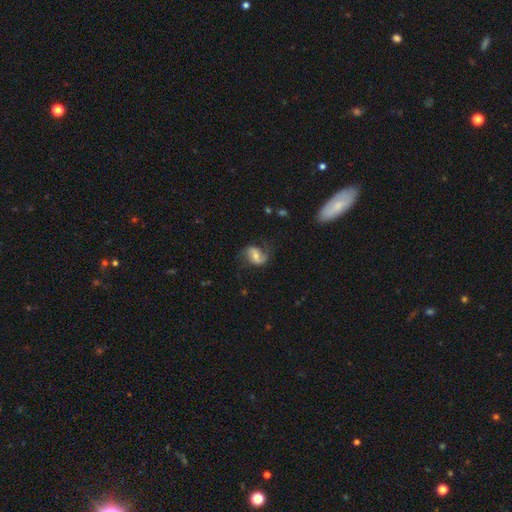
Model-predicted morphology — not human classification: Smooth or featured: featured or disk — 68% (smooth — 25%)
Edge-on disk: no — 97% (yes — 3%)
Bar: weak — 44% (no — 30%)
Spiral arms: yes — 91% (no — 9%)
Spiral winding: loose — 56% (medium — 33%)
Spiral arm count: 2 — 86% (1 — 6%)
Bulge size: moderate — 50% (small — 39%)
Merging: none — 64% (minor disturbance — 21%)